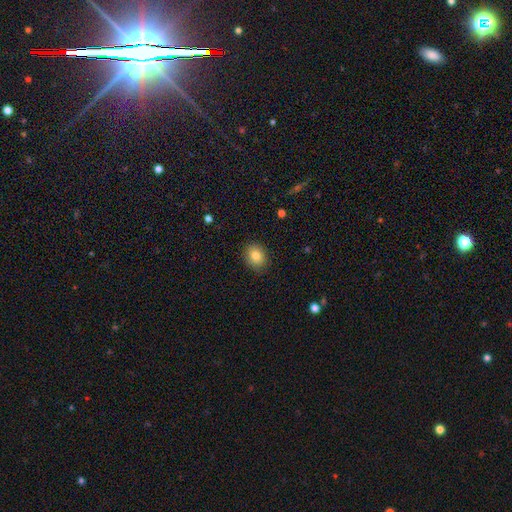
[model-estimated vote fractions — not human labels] Smooth or featured? smooth (81%)
How rounded? round (59%)
Merging? none (87%)